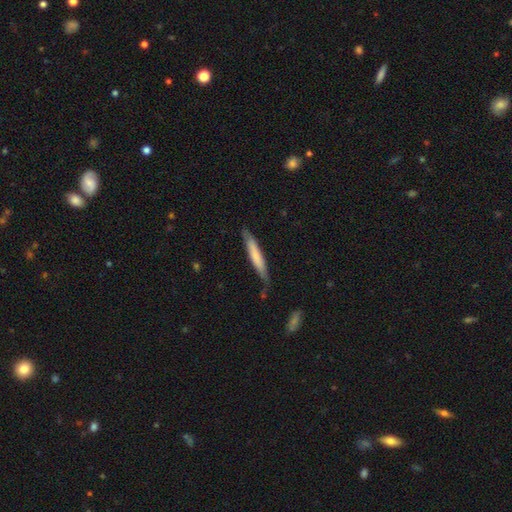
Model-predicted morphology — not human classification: The model was most divided on "smooth or featured": smooth: 66%, featured or disk: 29%, star or artifact: 5%. More confident: how rounded — cigar-shaped (93%); merging — none (72%).